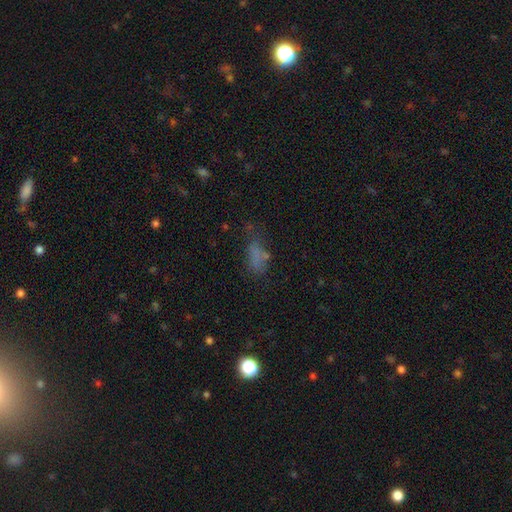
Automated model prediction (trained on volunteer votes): Q: Smooth or featured?
A: smooth (62%); runner-up: star or artifact (21%)
Q: How rounded?
A: in between (78%); runner-up: cigar-shaped (15%)
Q: Merging?
A: none (46%); runner-up: minor disturbance (24%)